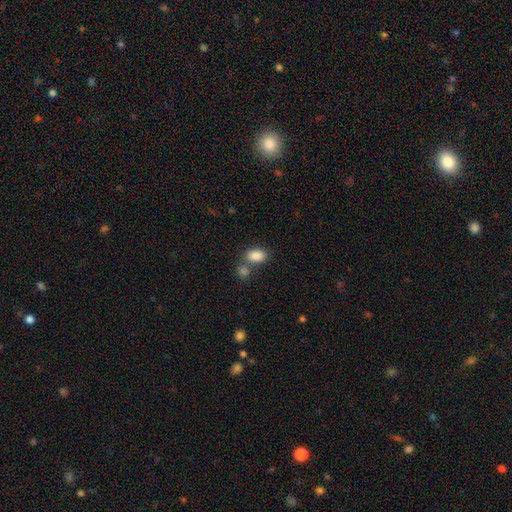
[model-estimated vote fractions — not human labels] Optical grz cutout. It shows a smooth galaxy with no disk features (87%) that is in between round and cigar-shaped (85%). Merging: none (52%).